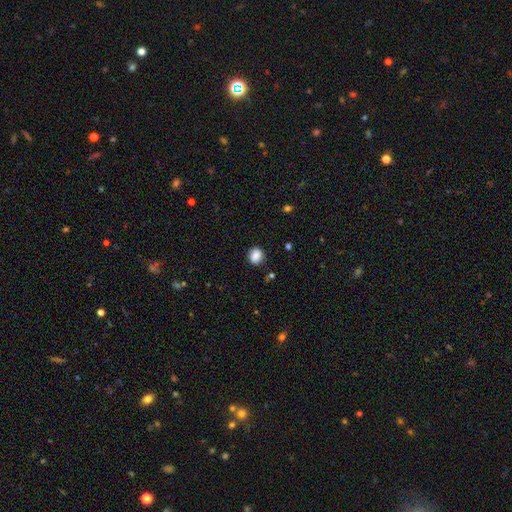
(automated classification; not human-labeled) Smooth or featured?
  - smooth: 87% *
  - star or artifact: 9%
  - featured or disk: 4%
How rounded?
  - round: 71% *
  - in between: 28%
  - cigar-shaped: 1%
Merging?
  - none: 87% *
  - minor disturbance: 9%
  - major disturbance: 3%
  - merger: 2%